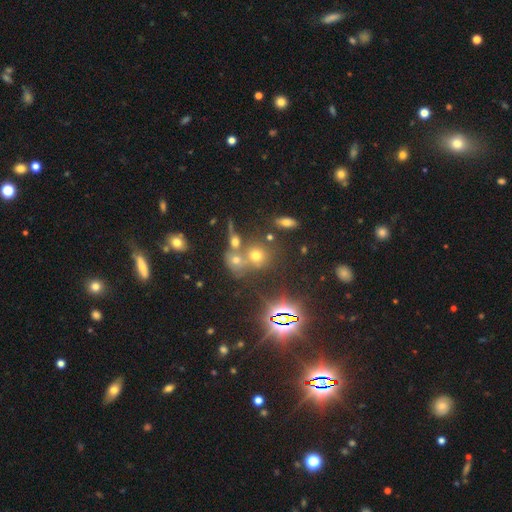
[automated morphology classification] A smooth galaxy with no disk features (54%) that is round (77%). Merging: none (46%).